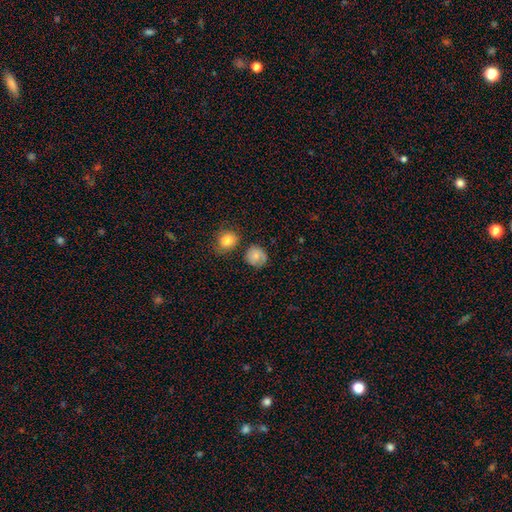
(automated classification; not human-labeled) The model was most divided on "merging": none: 67%, minor disturbance: 20%, major disturbance: 7%, merger: 6%. More confident: how rounded — round (83%); smooth or featured — smooth (70%).